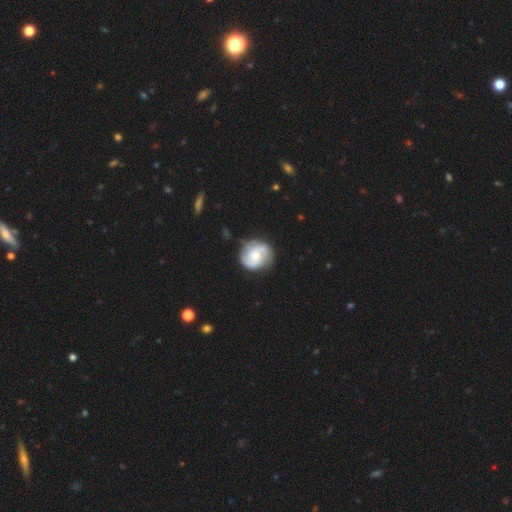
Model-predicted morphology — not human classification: smooth_or_featured: featured or disk (p=0.70) [alt: smooth p=0.24]
disk_edge_on: no (p=0.98) [alt: yes p=0.02]
bar: no (p=0.62) [alt: weak p=0.32]
has_spiral_arms: yes (p=0.92) [alt: no p=0.08]
spiral_winding: medium (p=0.44) [alt: tight p=0.36]
spiral_arm_count: 2 (p=0.63) [alt: 3 p=0.15]
bulge_size: moderate (p=0.55) [alt: small p=0.38]
merging: none (p=0.77) [alt: minor disturbance p=0.16]